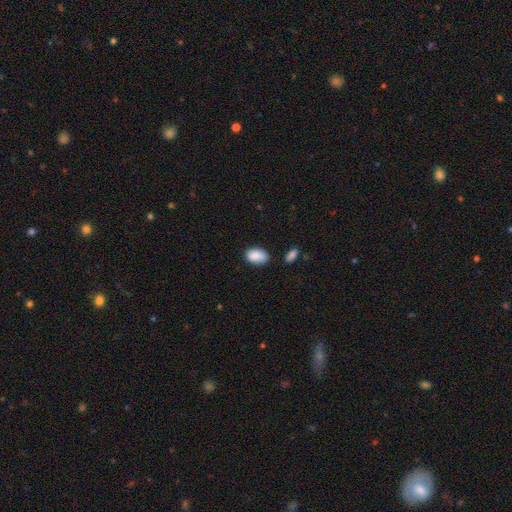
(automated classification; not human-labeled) This appears to be a smooth galaxy with no disk features (87%) that is in between round and cigar-shaped (90%). Merging: none (67%).